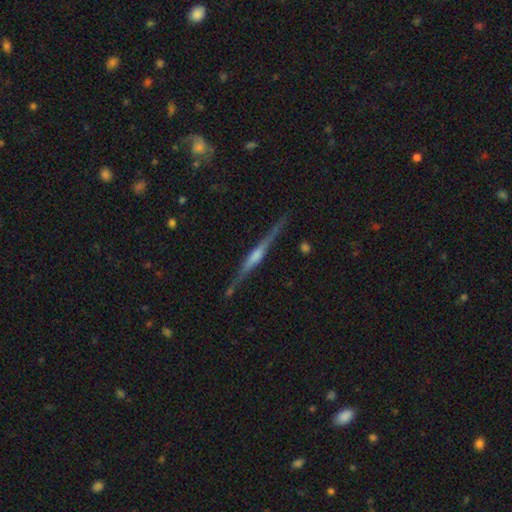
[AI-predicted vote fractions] A featured or disk galaxy (86%) viewed edge-on (98%) with a rounded central bulge (80%). Merging: none (90%).